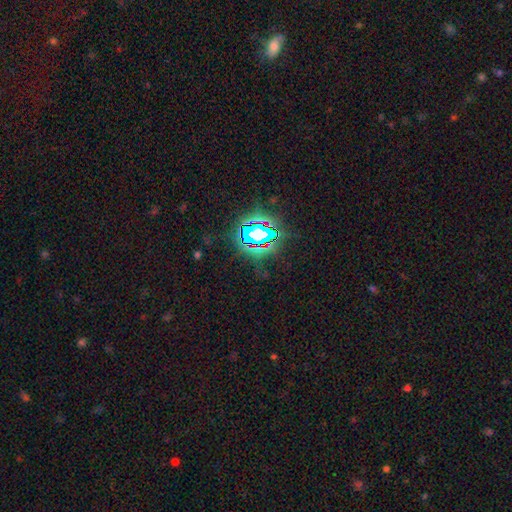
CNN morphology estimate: Smooth or featured: star or artifact — 82% (smooth — 11%)